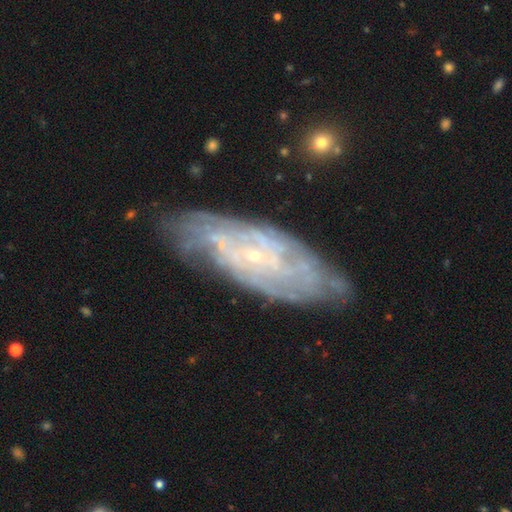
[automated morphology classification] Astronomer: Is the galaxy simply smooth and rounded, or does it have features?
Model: featured or disk — 82%.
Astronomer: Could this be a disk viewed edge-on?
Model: no — 88%.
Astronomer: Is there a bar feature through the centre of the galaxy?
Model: no — 67%.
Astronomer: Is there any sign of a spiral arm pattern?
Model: yes — 90%.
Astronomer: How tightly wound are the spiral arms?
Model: tight — 69%.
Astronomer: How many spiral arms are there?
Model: can't tell — 51%.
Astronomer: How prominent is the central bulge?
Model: small — 84%.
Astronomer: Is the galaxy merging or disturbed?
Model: none — 72%.